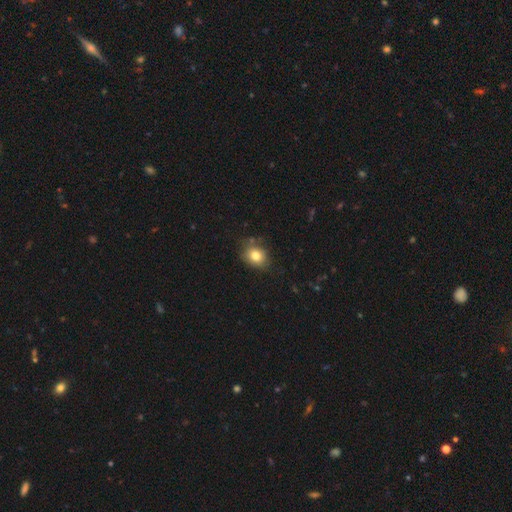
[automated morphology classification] This appears to be a smooth galaxy with no disk features (80%) that is round (53%). Merging: none (72%).